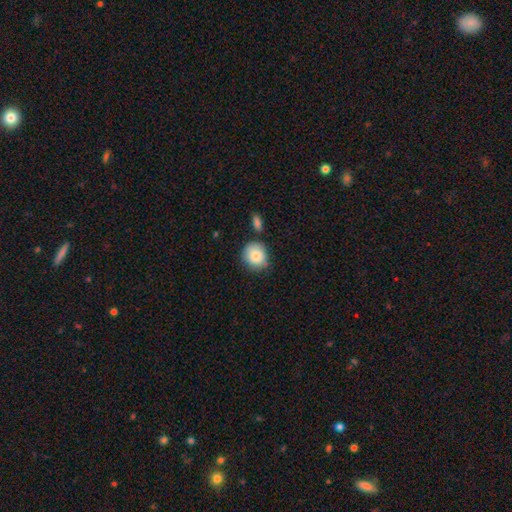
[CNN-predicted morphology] Smooth or featured?
  - smooth: 84% *
  - featured or disk: 8%
  - star or artifact: 8%
How rounded?
  - round: 81% *
  - in between: 18%
  - cigar-shaped: 1%
Merging?
  - none: 70% *
  - minor disturbance: 18%
  - merger: 7%
  - major disturbance: 4%